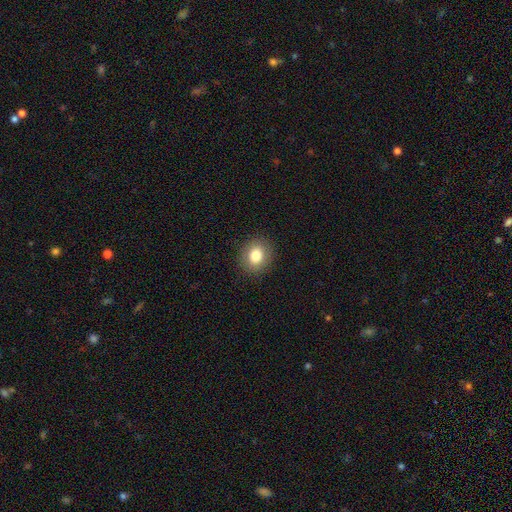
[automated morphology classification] smooth 80%, featured or disk 10%, star or artifact 10%. Down the decision tree: how rounded — round (66%); merging — none (89%).